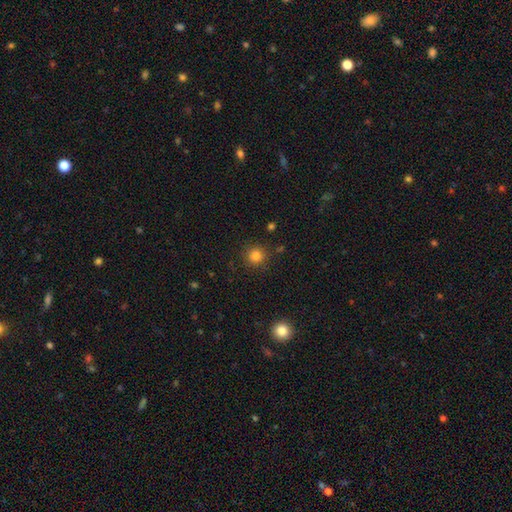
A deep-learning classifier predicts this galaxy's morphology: A smooth galaxy with no disk features (83%) that is round (93%).

Vote fractions:
- Smooth or featured? smooth: 83% / star or artifact: 13% / featured or disk: 5%
- How rounded? round: 93% / in between: 6% / cigar-shaped: 1%
- Merging? none: 87% / minor disturbance: 8% / major disturbance: 3% / merger: 2%